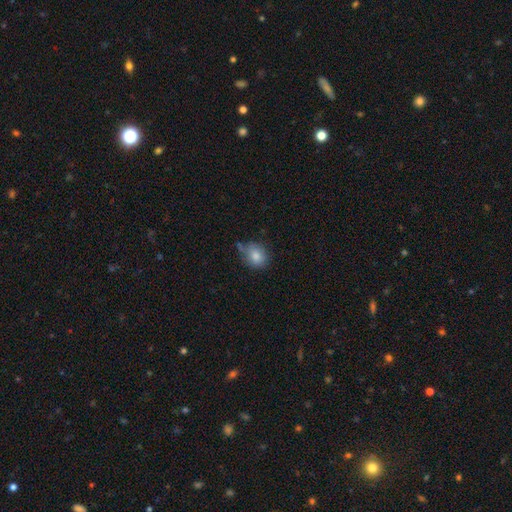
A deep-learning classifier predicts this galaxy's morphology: smooth_or_featured: smooth (p=0.83) [alt: featured or disk p=0.09]
how_rounded: round (p=0.56) [alt: in between p=0.42]
merging: none (p=0.60) [alt: minor disturbance p=0.27]